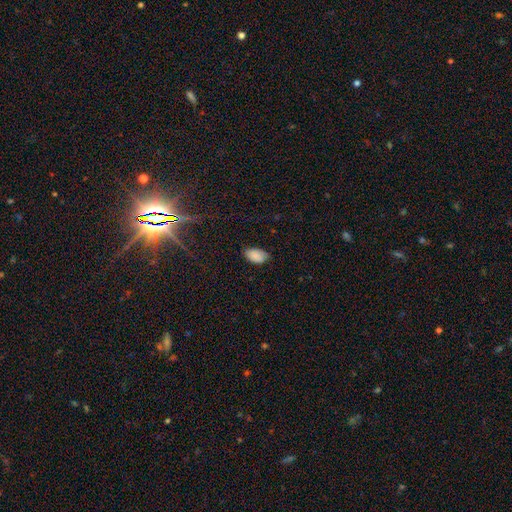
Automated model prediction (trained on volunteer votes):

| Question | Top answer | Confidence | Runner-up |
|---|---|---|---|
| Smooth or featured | smooth | 88% | star or artifact (8%) |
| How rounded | in between | 94% | round (5%) |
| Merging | none | 73% | minor disturbance (22%) |